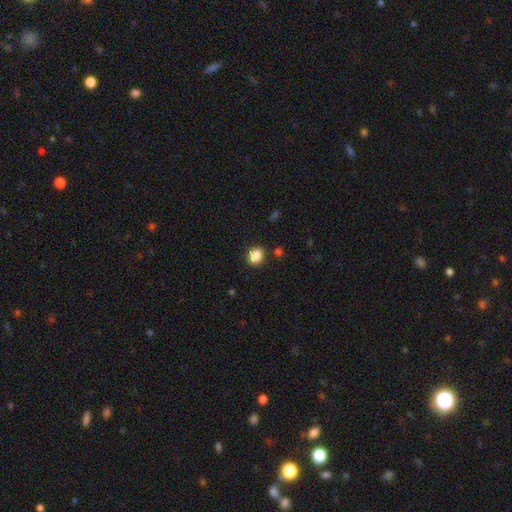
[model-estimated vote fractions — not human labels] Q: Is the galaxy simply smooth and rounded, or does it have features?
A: smooth — 85%.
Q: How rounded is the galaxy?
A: round — 60%.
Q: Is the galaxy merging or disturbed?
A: none — 82%.